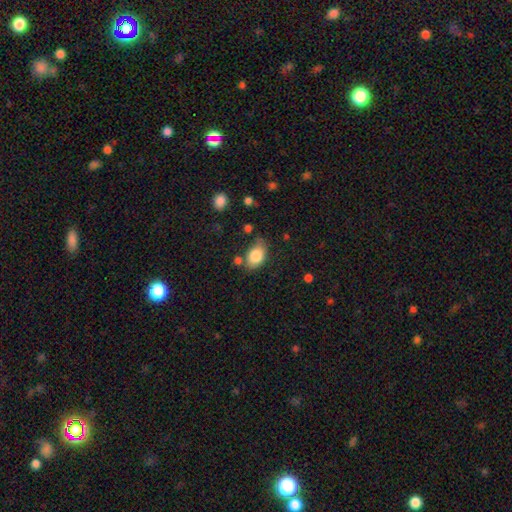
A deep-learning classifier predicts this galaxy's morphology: Smooth or featured?
  - smooth: 84% *
  - featured or disk: 9%
  - star or artifact: 7%
How rounded?
  - in between: 85% *
  - round: 13%
  - cigar-shaped: 1%
Merging?
  - none: 64% *
  - minor disturbance: 23%
  - merger: 7%
  - major disturbance: 6%